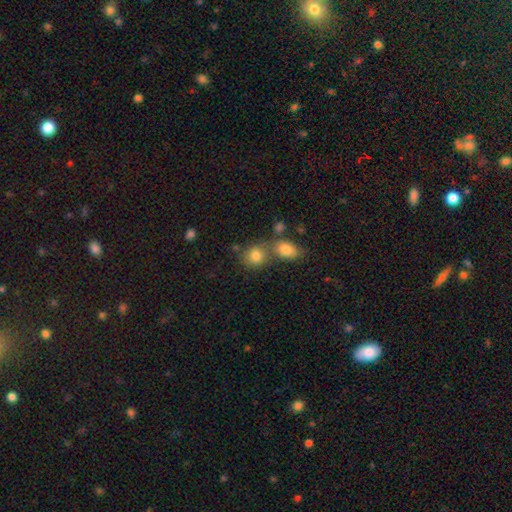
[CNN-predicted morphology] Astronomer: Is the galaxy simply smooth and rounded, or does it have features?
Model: smooth — 82%.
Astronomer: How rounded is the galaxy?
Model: round — 70%.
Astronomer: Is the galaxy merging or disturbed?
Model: none — 50% (runner-up: merger, 35%).